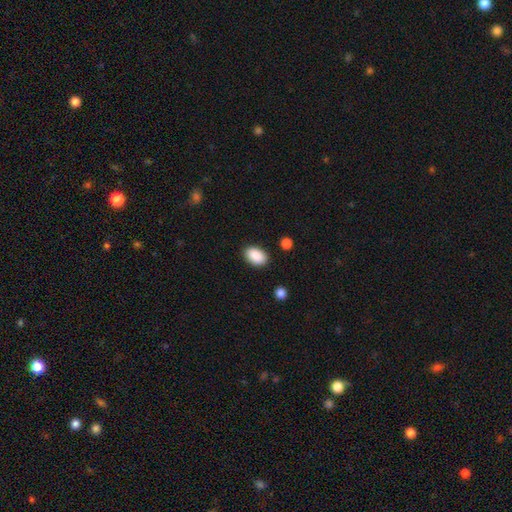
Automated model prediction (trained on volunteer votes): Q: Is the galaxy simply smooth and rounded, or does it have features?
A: smooth — 90%.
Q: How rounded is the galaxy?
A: in between — 90%.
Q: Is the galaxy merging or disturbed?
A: none — 87%.